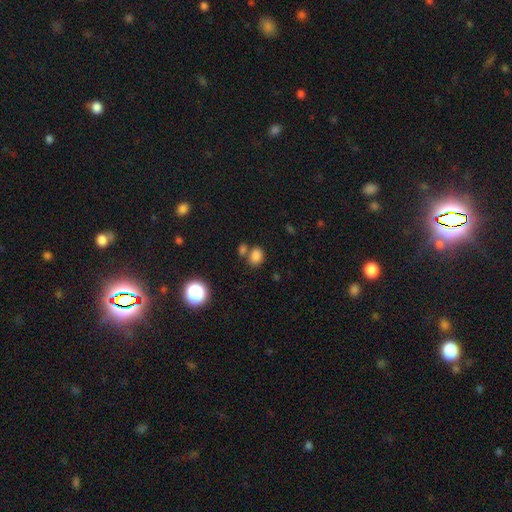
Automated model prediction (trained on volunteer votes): Smooth or featured? smooth (81%)
How rounded? round (50%)
Merging? none (60%)